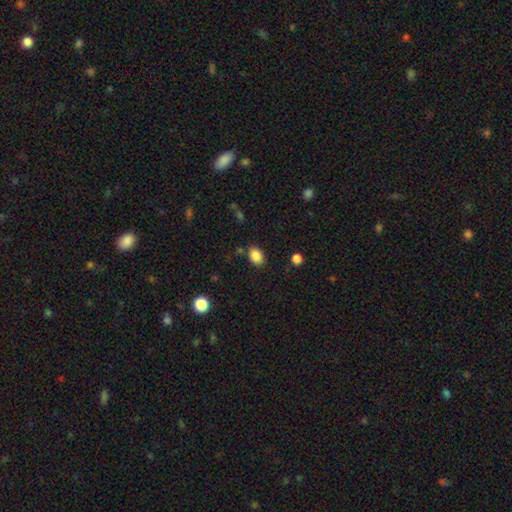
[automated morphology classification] smooth-or-featured: smooth: 87% | star or artifact: 9% | featured or disk: 4%
  how-rounded: in between: 75% | round: 24% | cigar-shaped: 1%
  merging: none: 81% | minor disturbance: 12% | merger: 3% | major disturbance: 3%